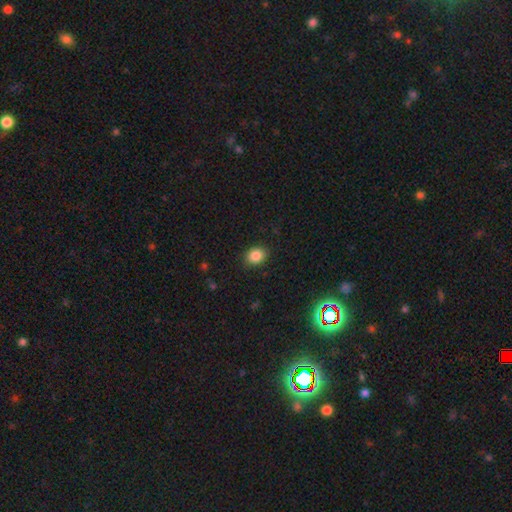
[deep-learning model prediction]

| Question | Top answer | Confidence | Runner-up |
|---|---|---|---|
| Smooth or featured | smooth | 86% | star or artifact (10%) |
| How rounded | round | 52% | in between (48%) |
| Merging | none | 88% | minor disturbance (8%) |